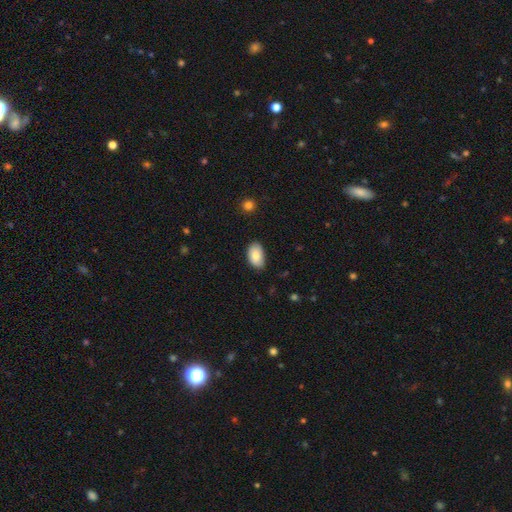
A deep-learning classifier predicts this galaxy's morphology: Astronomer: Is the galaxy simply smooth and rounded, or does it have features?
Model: smooth — 84%.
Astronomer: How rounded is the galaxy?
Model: in between — 92%.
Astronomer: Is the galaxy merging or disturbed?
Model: none — 77%.